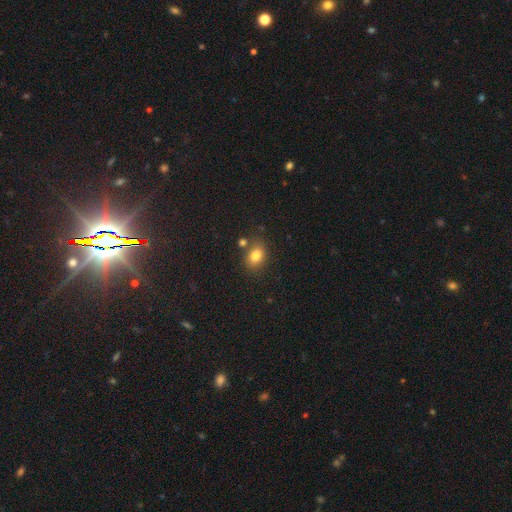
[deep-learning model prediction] smooth-or-featured: smooth: 81% | star or artifact: 11% | featured or disk: 8%
  how-rounded: in between: 61% | round: 38% | cigar-shaped: 1%
  merging: none: 72% | minor disturbance: 14% | merger: 11% | major disturbance: 4%